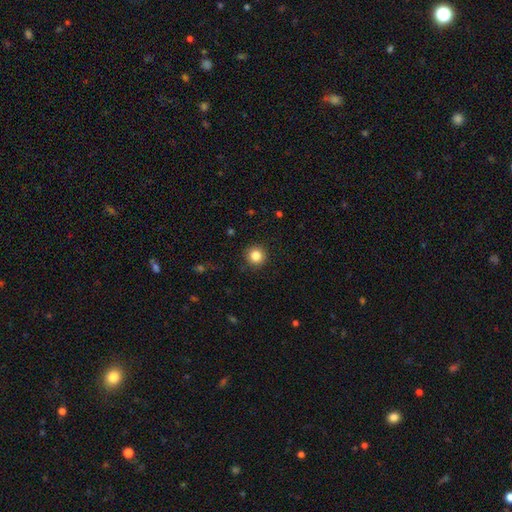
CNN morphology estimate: Smooth or featured?
  - smooth: 84% *
  - star or artifact: 11%
  - featured or disk: 5%
How rounded?
  - round: 95% *
  - in between: 4%
  - cigar-shaped: 1%
Merging?
  - none: 91% *
  - minor disturbance: 6%
  - major disturbance: 2%
  - merger: 1%